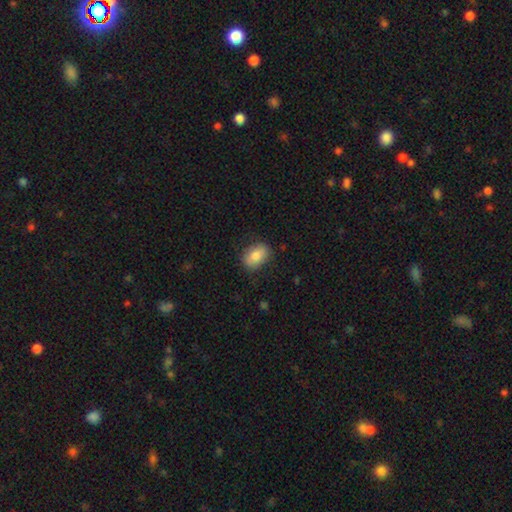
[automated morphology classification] The model was most divided on "how rounded": in between: 81%, round: 18%, cigar-shaped: 1%. More confident: smooth or featured — smooth (81%); merging — none (80%).